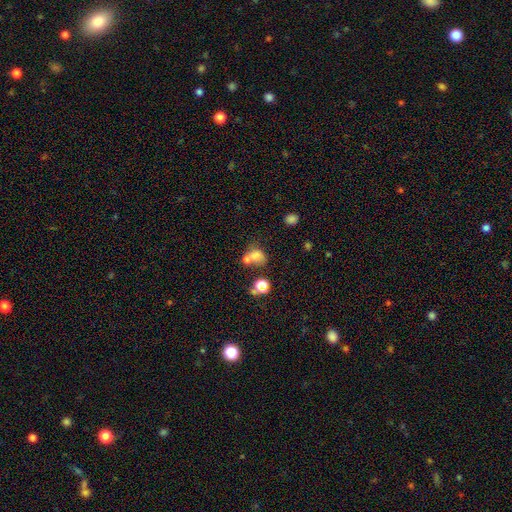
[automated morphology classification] This appears to be a smooth galaxy with no disk features (70%) that is in between round and cigar-shaped (50%). Merging: merger (49%).